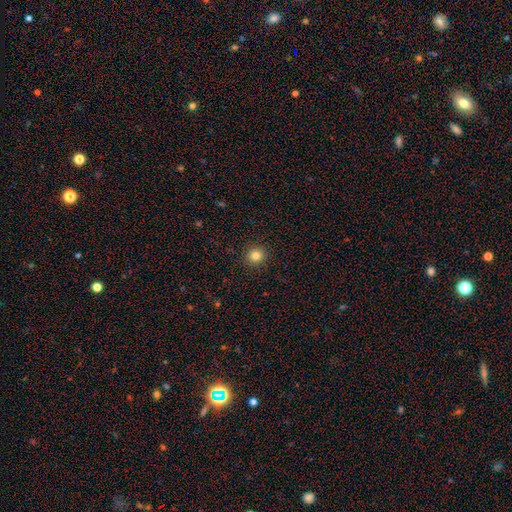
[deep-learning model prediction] Smooth or featured?
  - smooth: 82% *
  - star or artifact: 12%
  - featured or disk: 6%
How rounded?
  - round: 93% *
  - in between: 6%
  - cigar-shaped: 1%
Merging?
  - none: 92% *
  - minor disturbance: 5%
  - major disturbance: 2%
  - merger: 1%